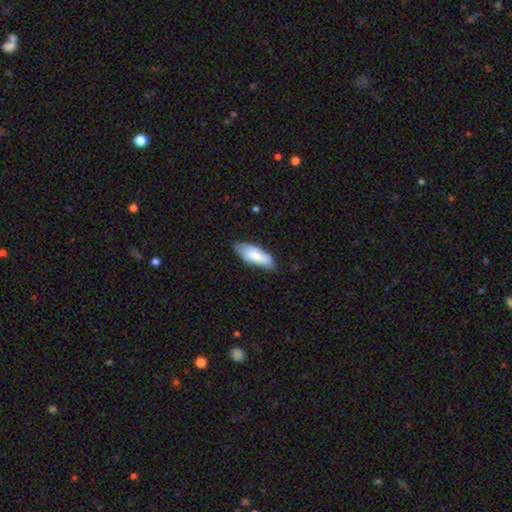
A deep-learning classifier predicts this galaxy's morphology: Smooth or featured? smooth (78%)
How rounded? in between (76%)
Merging? none (68%)